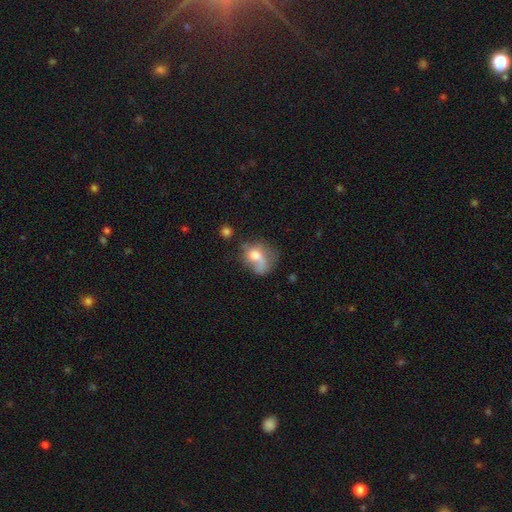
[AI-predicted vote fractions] smooth_or_featured: smooth (p=0.59) [alt: featured or disk p=0.31]
how_rounded: in between (p=0.57) [alt: round p=0.41]
merging: major disturbance (p=0.38) [alt: none p=0.27]